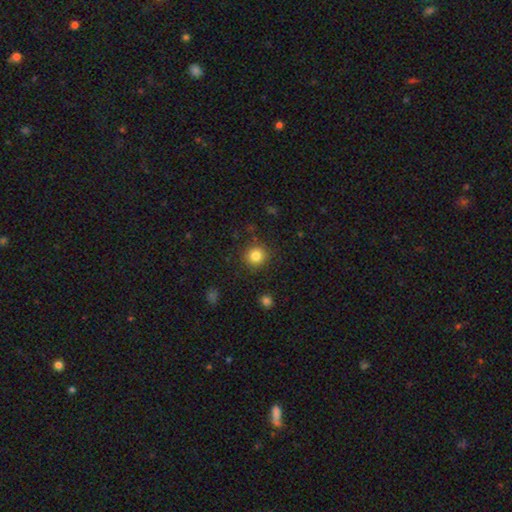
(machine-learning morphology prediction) This appears to be a smooth galaxy with no disk features (83%) that is round (91%). Merging: none (89%).